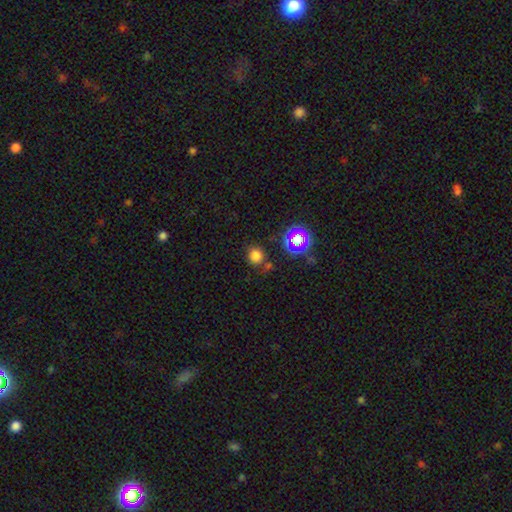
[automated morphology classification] Smooth or featured? smooth (74%)
How rounded? round (86%)
Merging? none (77%)